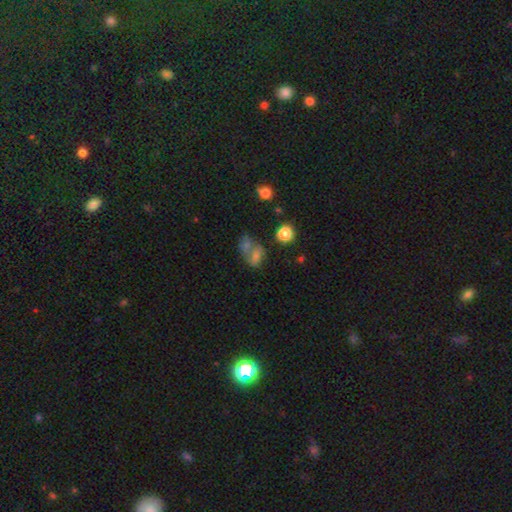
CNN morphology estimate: Smooth or featured?
  - smooth: 59% *
  - featured or disk: 23%
  - star or artifact: 18%
How rounded?
  - in between: 70% *
  - round: 28%
  - cigar-shaped: 2%
Merging?
  - merger: 53% *
  - none: 23%
  - minor disturbance: 12%
  - major disturbance: 12%